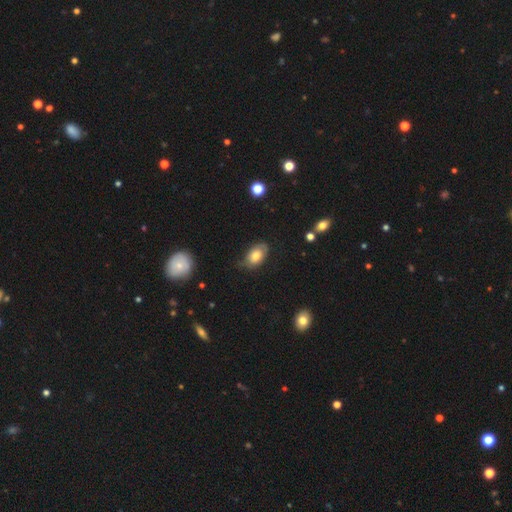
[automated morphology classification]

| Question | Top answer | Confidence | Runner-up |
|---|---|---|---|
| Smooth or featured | smooth | 64% | featured or disk (28%) |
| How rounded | in between | 89% | round (9%) |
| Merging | none | 60% | minor disturbance (29%) |